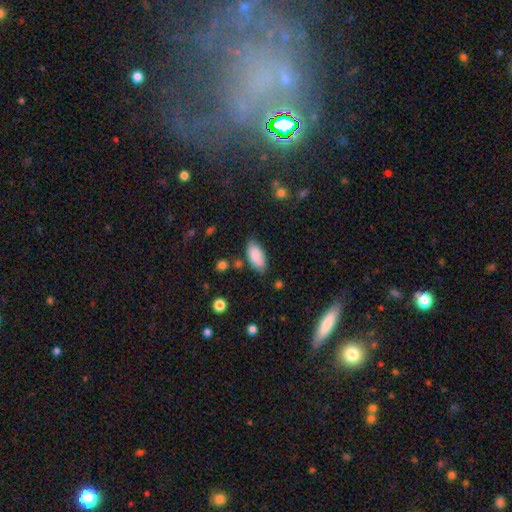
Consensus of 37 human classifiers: Smooth or featured? 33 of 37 (89%) said smooth. How rounded? 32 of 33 (97%) said in between. Merging? 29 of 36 (81%) said none.